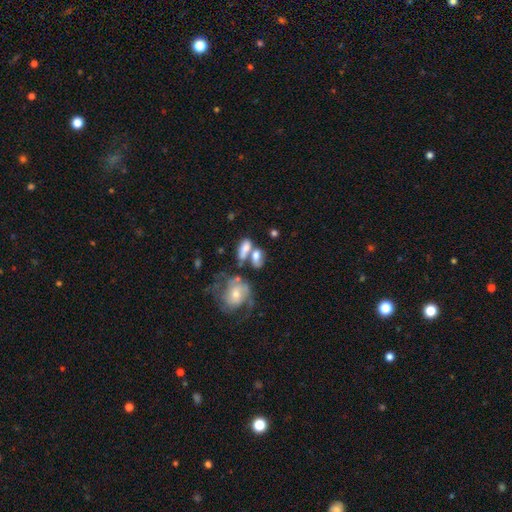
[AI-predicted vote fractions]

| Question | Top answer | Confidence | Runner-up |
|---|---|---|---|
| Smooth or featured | smooth | 67% | featured or disk (24%) |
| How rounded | in between | 81% | round (12%) |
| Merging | merger | 48% | none (29%) |